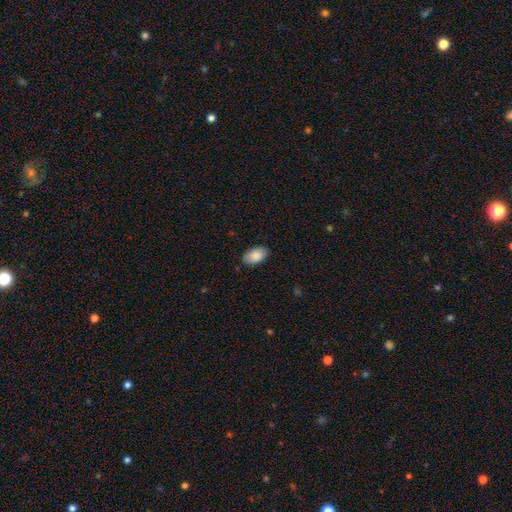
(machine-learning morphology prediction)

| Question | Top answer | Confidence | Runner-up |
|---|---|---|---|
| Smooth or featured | smooth | 88% | star or artifact (6%) |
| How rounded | in between | 94% | round (4%) |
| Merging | none | 86% | minor disturbance (11%) |